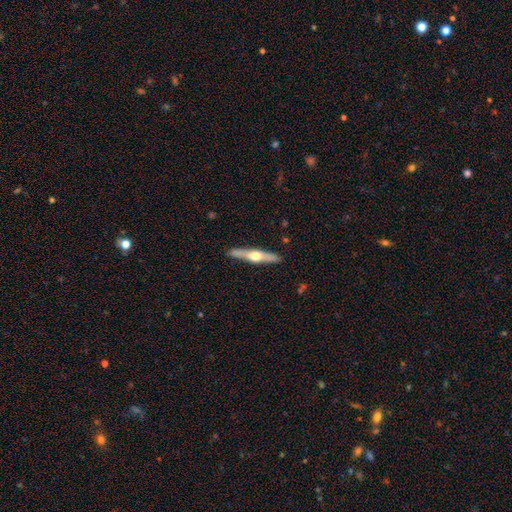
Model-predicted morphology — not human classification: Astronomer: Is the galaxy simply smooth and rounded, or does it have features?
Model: featured or disk — 62%.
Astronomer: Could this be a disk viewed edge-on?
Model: yes — 95%.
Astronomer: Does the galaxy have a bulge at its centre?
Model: rounded — 94%.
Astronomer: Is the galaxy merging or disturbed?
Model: none — 89%.